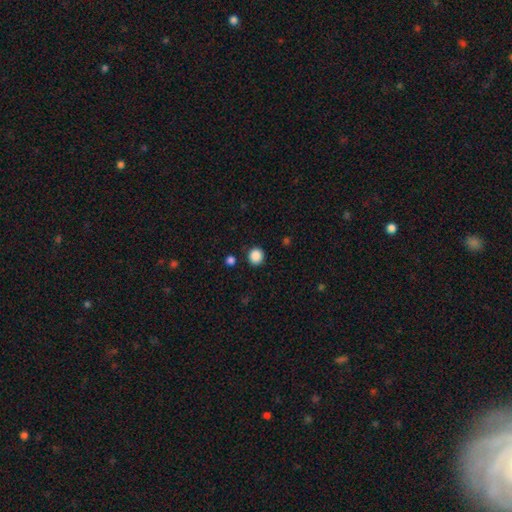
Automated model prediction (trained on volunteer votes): smooth 87%, star or artifact 10%, featured or disk 3%. Down the decision tree: how rounded — round (89%); merging — none (89%).